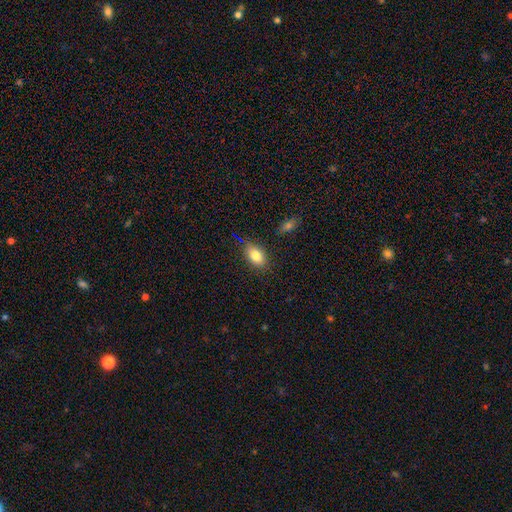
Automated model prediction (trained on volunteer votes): A smooth galaxy with no disk features (82%) that is in between round and cigar-shaped (87%).

Vote fractions:
- Smooth or featured? smooth: 82% / featured or disk: 10% / star or artifact: 8%
- How rounded? in between: 87% / round: 11% / cigar-shaped: 2%
- Merging? none: 82% / minor disturbance: 13% / major disturbance: 3% / merger: 3%